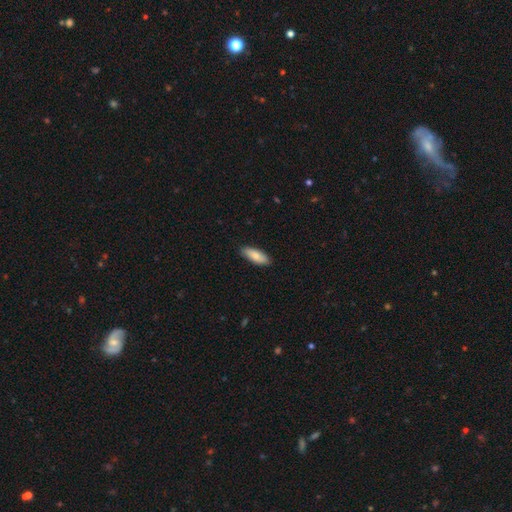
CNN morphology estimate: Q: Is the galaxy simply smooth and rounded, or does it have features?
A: smooth — 83%.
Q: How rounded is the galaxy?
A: in between — 72%.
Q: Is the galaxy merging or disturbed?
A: none — 88%.